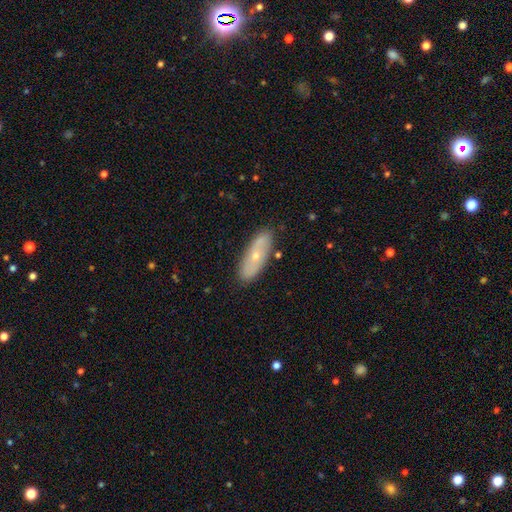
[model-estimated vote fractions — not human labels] Smooth or featured? featured or disk (49%)
Merging? none (85%)